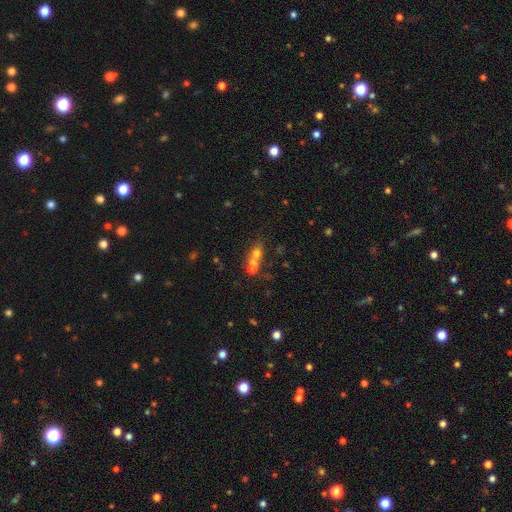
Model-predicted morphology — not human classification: Q: Smooth or featured?
A: smooth (57%); runner-up: featured or disk (26%)
Q: How rounded?
A: round (57%); runner-up: in between (39%)
Q: Merging?
A: merger (57%); runner-up: none (29%)